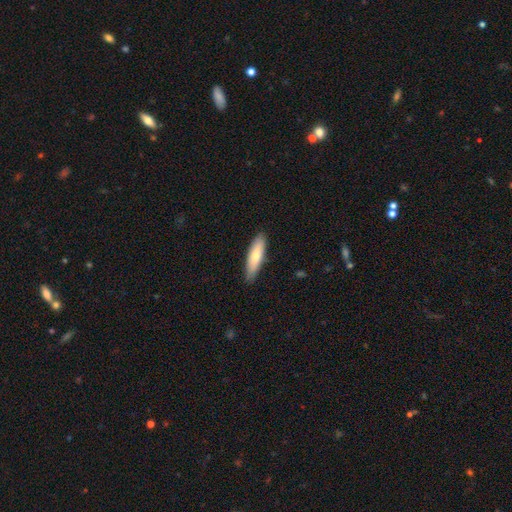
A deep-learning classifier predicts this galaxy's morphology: This is likely a smooth galaxy (73%). How rounded: likely cigar-shaped (64%). Merging: clearly none (87%).